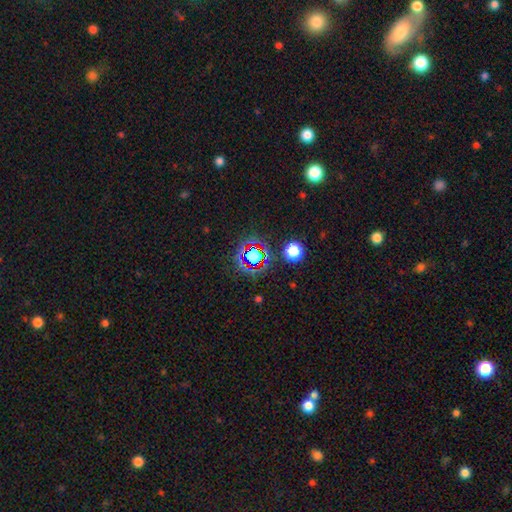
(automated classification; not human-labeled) Smooth or featured?
  - star or artifact: 64% *
  - smooth: 24%
  - featured or disk: 12%